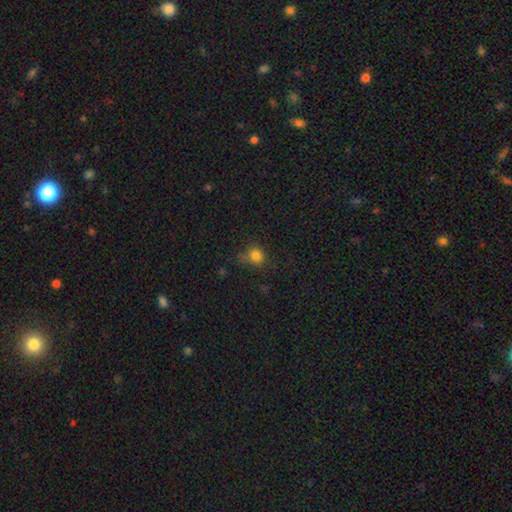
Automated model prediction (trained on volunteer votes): Overall: smooth (79%). How rounded: round (74%). Merging: none (63%; minor disturbance 24%).